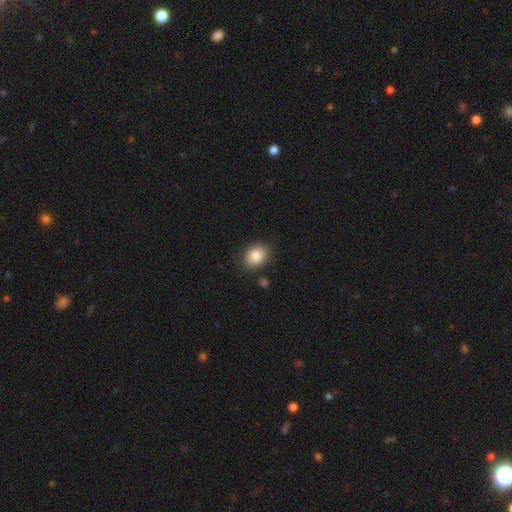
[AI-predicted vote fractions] Morphology: type=smooth (85%); roundness=in between (54%); merging=none (83%).